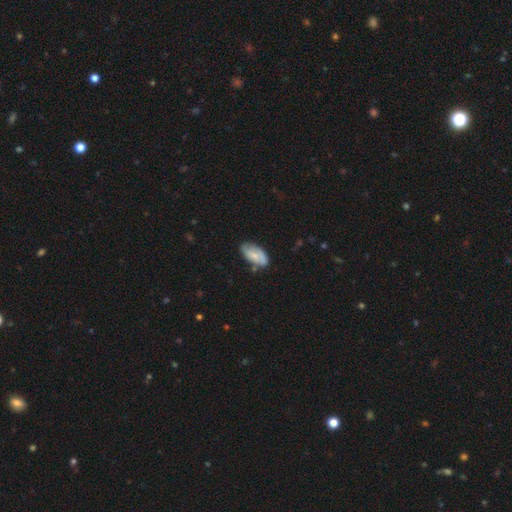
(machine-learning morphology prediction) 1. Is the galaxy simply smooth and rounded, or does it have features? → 64% smooth, 30% featured or disk, 6% star or artifact.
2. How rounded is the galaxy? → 93% in between, 5% cigar-shaped, 2% round.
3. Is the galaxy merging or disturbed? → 64% none, 27% minor disturbance, 5% major disturbance, 5% merger.